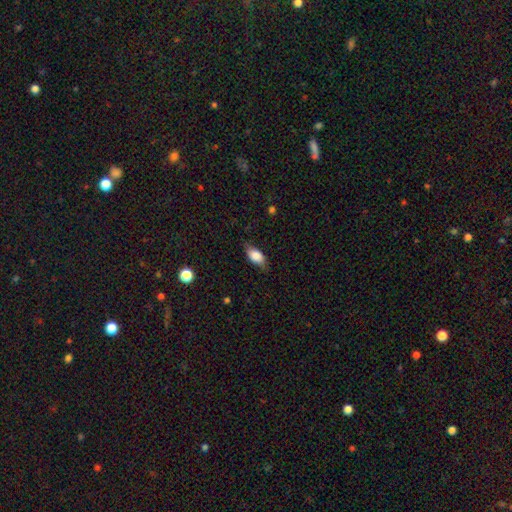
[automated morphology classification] Q: Smooth or featured?
A: smooth (80%); runner-up: featured or disk (13%)
Q: How rounded?
A: in between (87%); runner-up: cigar-shaped (7%)
Q: Merging?
A: none (74%); runner-up: minor disturbance (20%)